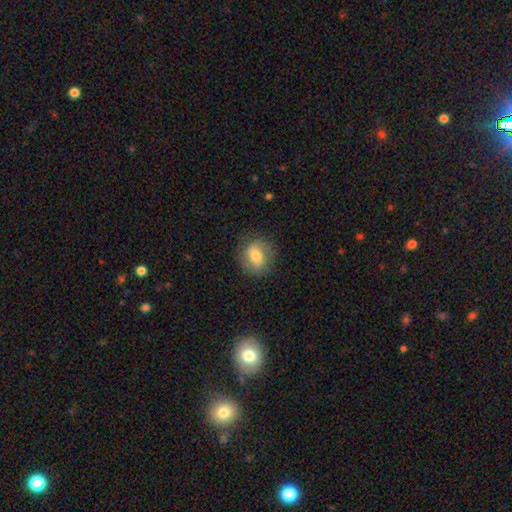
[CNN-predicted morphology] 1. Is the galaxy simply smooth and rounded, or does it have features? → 57% smooth, 35% featured or disk, 8% star or artifact.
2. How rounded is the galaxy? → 57% round, 41% in between, 1% cigar-shaped.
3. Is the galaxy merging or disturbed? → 79% none, 14% minor disturbance, 6% major disturbance, 1% merger.